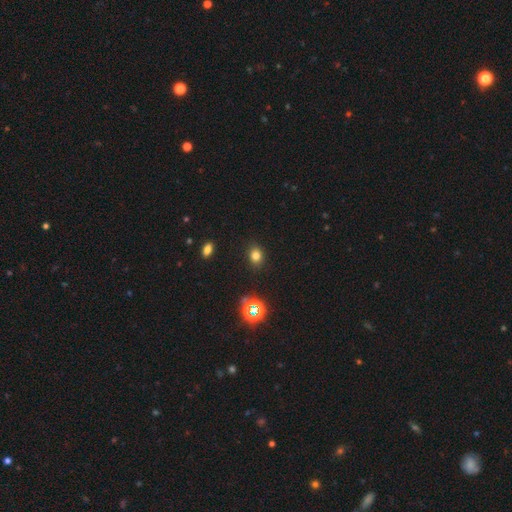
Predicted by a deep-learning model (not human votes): smooth-or-featured: smooth: 76% | star or artifact: 17% | featured or disk: 6%
  how-rounded: round: 52% | in between: 47% | cigar-shaped: 1%
  merging: none: 88% | minor disturbance: 8% | major disturbance: 3% | merger: 1%